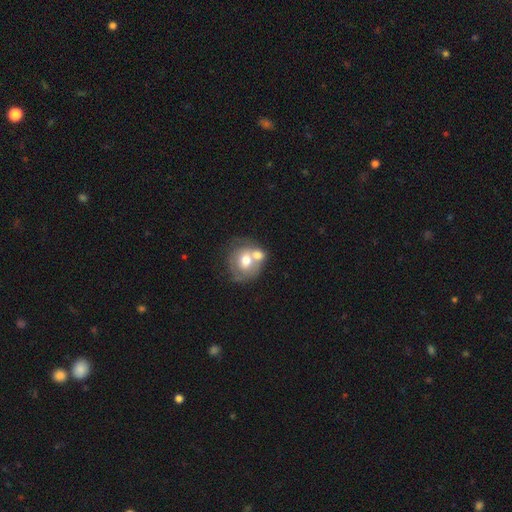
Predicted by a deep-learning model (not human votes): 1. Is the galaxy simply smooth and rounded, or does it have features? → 52% smooth, 40% featured or disk, 8% star or artifact.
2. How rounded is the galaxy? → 72% round, 27% in between, 1% cigar-shaped.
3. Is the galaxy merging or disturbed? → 52% merger, 30% none, 12% minor disturbance, 7% major disturbance.